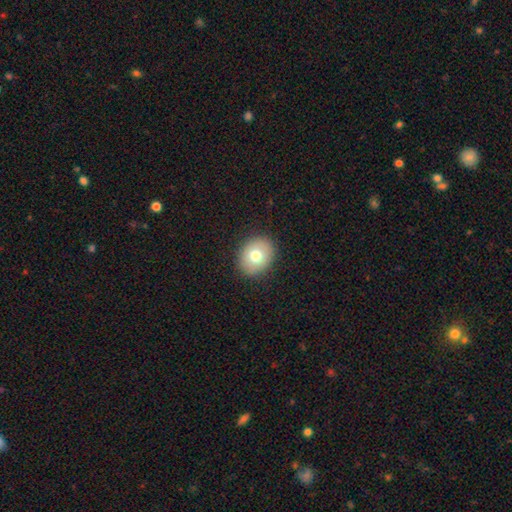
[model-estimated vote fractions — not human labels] This is likely a smooth galaxy (74%). How rounded: possibly round (54%). Merging: clearly none (89%).